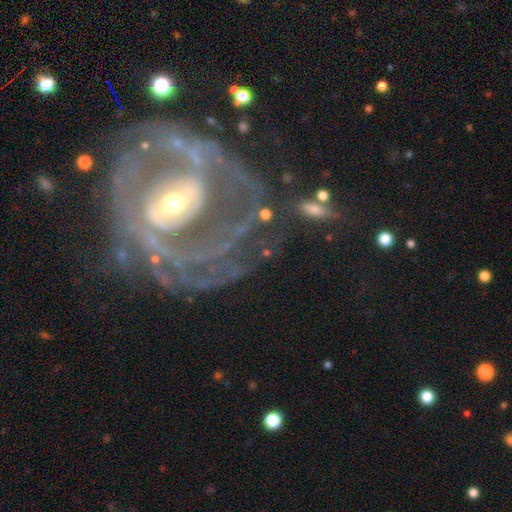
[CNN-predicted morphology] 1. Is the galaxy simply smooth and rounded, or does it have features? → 85% featured or disk, 8% star or artifact, 7% smooth.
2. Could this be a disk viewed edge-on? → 96% no, 4% yes.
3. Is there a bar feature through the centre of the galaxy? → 38% weak, 31% strong, 31% no.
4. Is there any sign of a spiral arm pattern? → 82% yes, 18% no.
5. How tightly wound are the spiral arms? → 56% tight, 31% medium, 12% loose.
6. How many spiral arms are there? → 38% can't tell, 28% 2, 12% 3, 8% 1, 7% 4, 7% more than 4.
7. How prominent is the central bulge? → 52% small, 40% moderate, 5% large, 2% none, 1% dominant.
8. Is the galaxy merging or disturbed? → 54% none, 24% major disturbance, 18% minor disturbance, 4% merger.